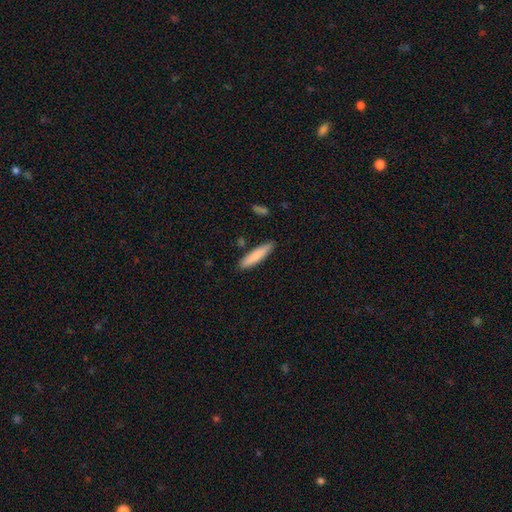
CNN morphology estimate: type=smooth (82%); roundness=cigar-shaped (81%); merging=none (86%).